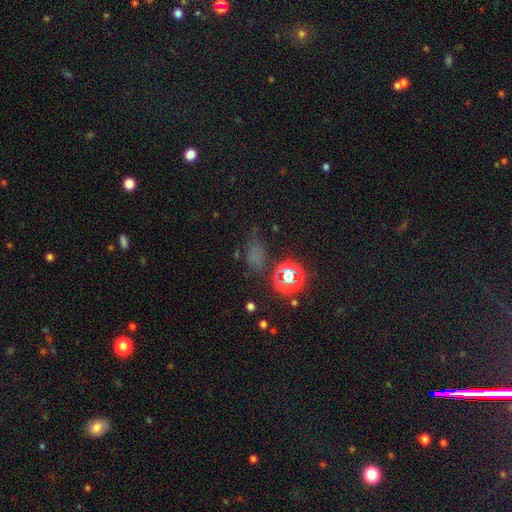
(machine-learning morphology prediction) Smooth or featured? star or artifact (47%)